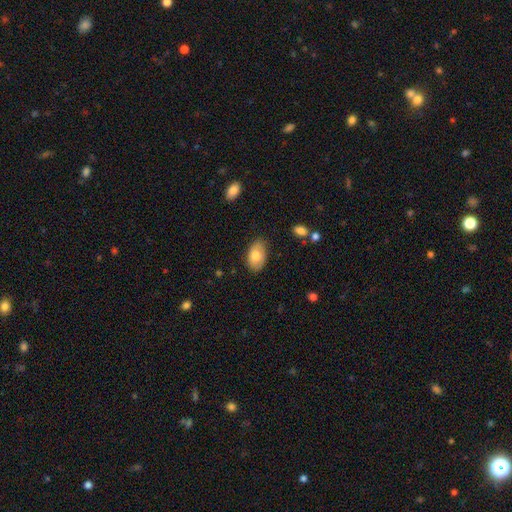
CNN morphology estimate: Smooth or featured: smooth — 76% (featured or disk — 17%)
How rounded: in between — 91% (round — 8%)
Merging: none — 80% (minor disturbance — 16%)